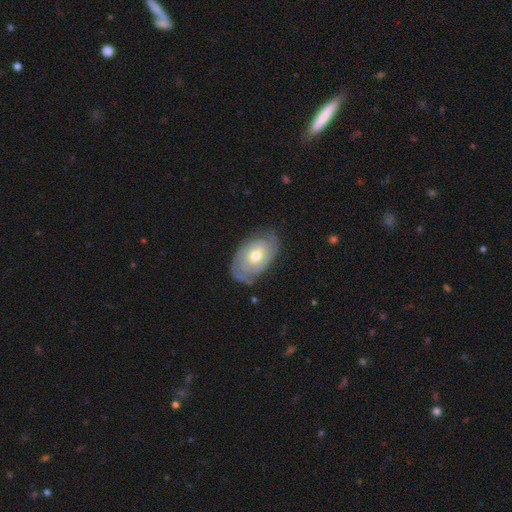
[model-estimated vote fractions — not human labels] Q: Smooth or featured?
A: featured or disk (79%); runner-up: smooth (16%)
Q: Edge-on disk?
A: no (95%); runner-up: yes (5%)
Q: Bar?
A: no (73%); runner-up: weak (22%)
Q: Spiral arms?
A: yes (91%); runner-up: no (9%)
Q: Spiral winding?
A: tight (71%); runner-up: medium (22%)
Q: Spiral arm count?
A: 2 (57%); runner-up: can't tell (24%)
Q: Bulge size?
A: moderate (73%); runner-up: small (21%)
Q: Merging?
A: none (76%); runner-up: minor disturbance (18%)